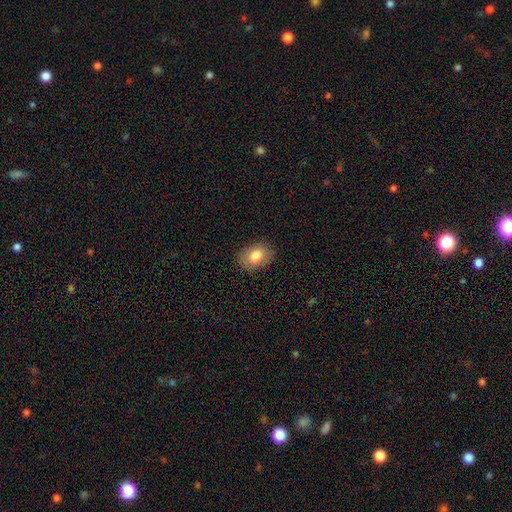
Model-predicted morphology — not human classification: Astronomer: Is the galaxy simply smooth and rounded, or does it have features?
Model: smooth — 80%.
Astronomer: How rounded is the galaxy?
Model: in between — 79%.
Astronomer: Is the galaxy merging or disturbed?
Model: none — 86%.